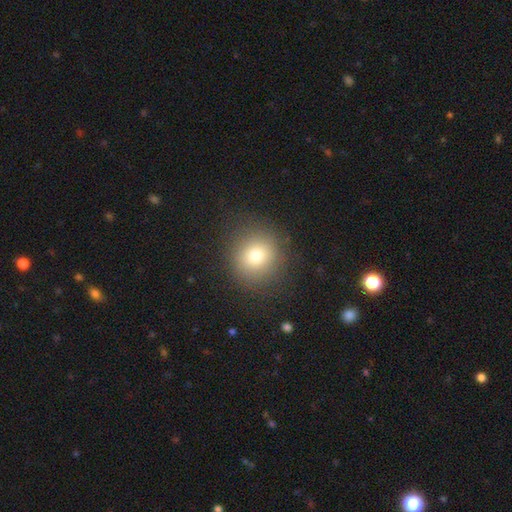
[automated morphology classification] A smooth galaxy with no disk features (78%) that is round (89%).

Vote fractions:
- Smooth or featured? smooth: 78% / star or artifact: 13% / featured or disk: 10%
- How rounded? round: 89% / in between: 10% / cigar-shaped: 1%
- Merging? none: 87% / minor disturbance: 8% / major disturbance: 4% / merger: 1%